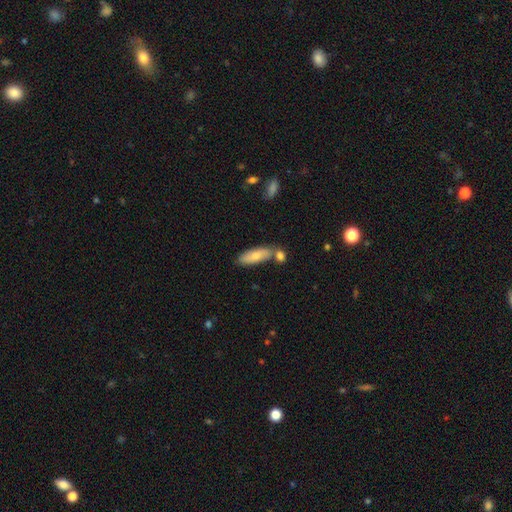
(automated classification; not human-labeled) Overall: smooth (75%). How rounded: in between (62%; cigar-shaped 36%). Merging: none (62%).